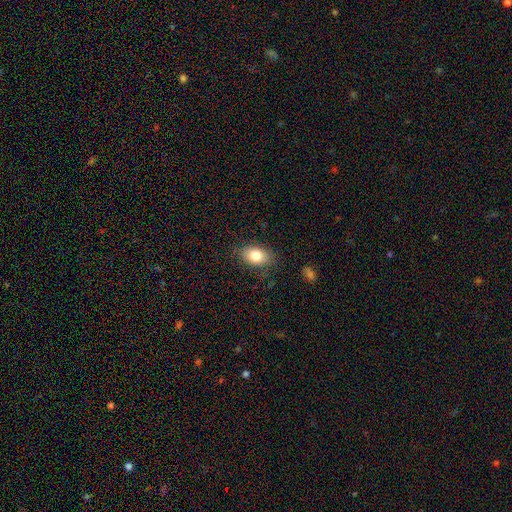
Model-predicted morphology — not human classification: Smooth or featured? smooth (82%)
How rounded? in between (84%)
Merging? none (81%)